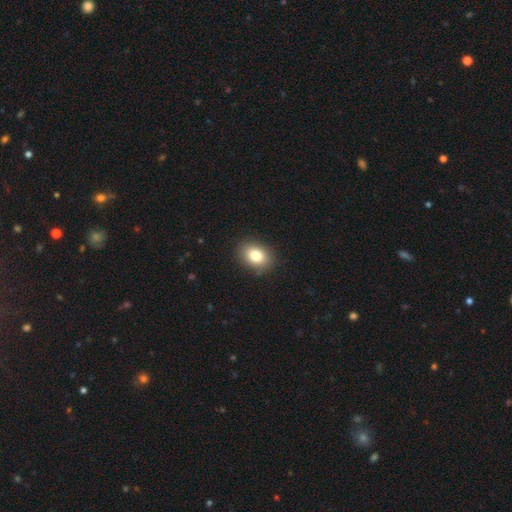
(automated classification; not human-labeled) A smooth galaxy with no disk features (82%) that is in between round and cigar-shaped (67%). Merging: none (88%).